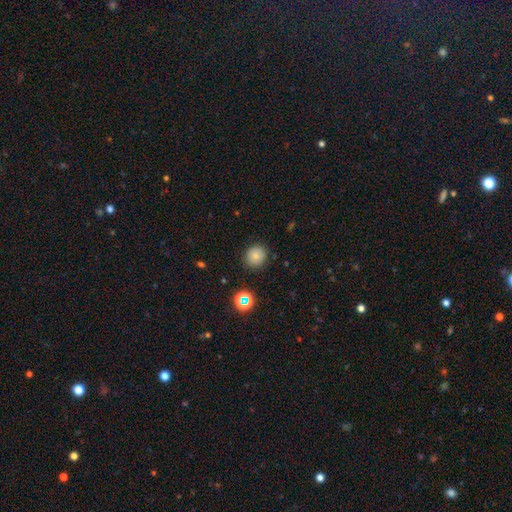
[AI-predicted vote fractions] Morphology: type=smooth (76%); roundness=round (87%); merging=none (86%).